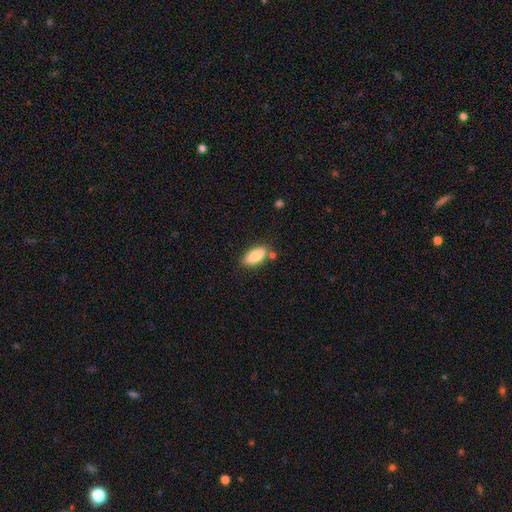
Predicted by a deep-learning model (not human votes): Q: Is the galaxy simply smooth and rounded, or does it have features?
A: smooth — 84%.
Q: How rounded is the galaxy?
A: in between — 88%.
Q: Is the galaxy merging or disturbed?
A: none — 75%.